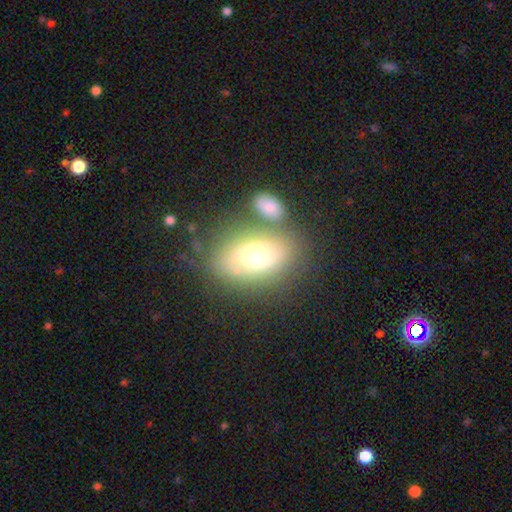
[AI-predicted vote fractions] This is possibly a smooth galaxy (56%). How rounded: clearly in between (86%). Merging: possibly none (58%).